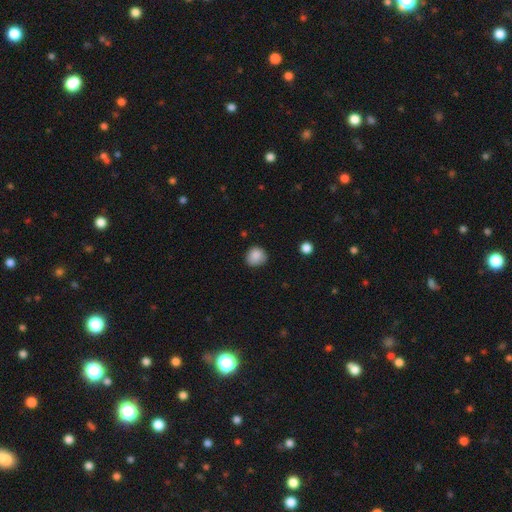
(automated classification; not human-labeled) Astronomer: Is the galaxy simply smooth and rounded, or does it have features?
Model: smooth — 86%.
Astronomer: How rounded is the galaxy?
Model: round — 86%.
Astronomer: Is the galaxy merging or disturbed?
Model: none — 77%.